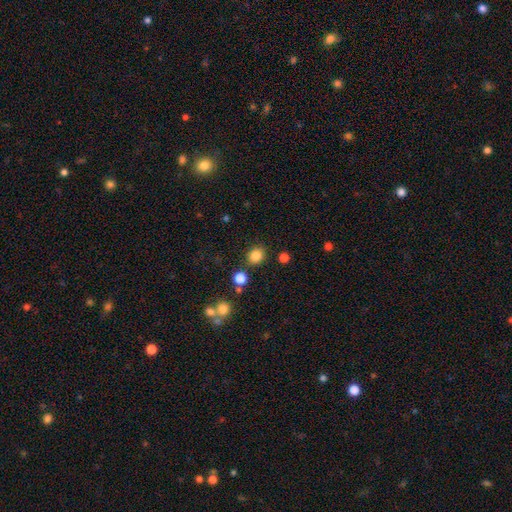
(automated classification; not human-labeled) Smooth or featured? Predicted: smooth (p=0.83). How rounded? Predicted: round (p=0.69). Merging? Predicted: none (p=0.82).